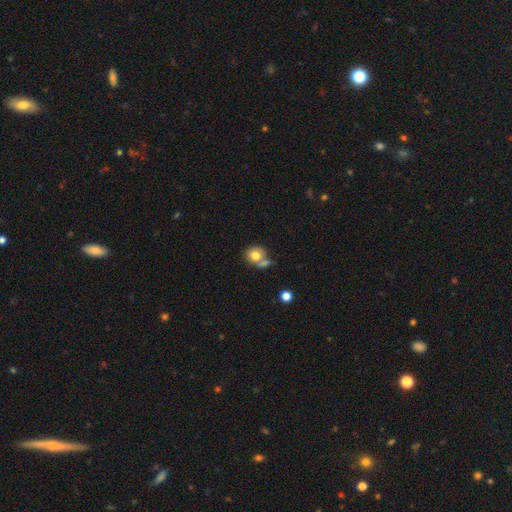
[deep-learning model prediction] smooth_or_featured: smooth (p=0.76) [alt: featured or disk p=0.14]
how_rounded: round (p=0.80) [alt: in between p=0.19]
merging: none (p=0.47) [alt: merger p=0.35]